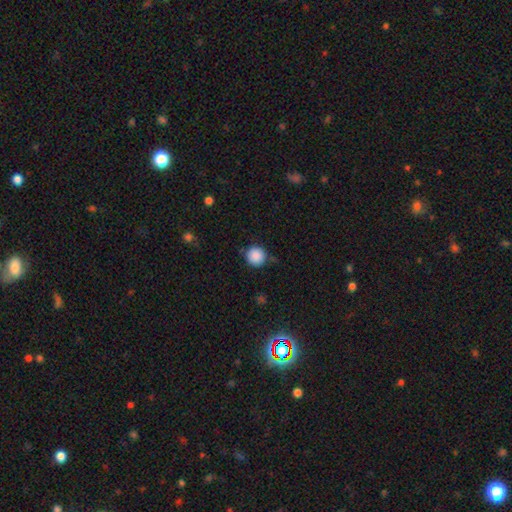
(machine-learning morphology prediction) type=smooth (88%); roundness=round (95%); merging=none (83%).